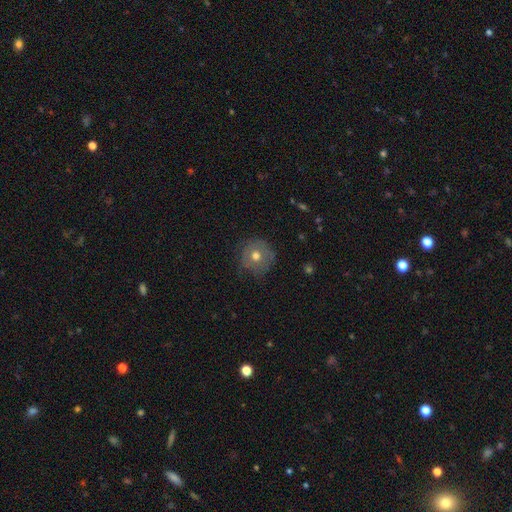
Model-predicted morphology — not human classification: The model was most divided on "smooth or featured": smooth: 60%, featured or disk: 30%, star or artifact: 10%. More confident: how rounded — round (93%); merging — none (74%).